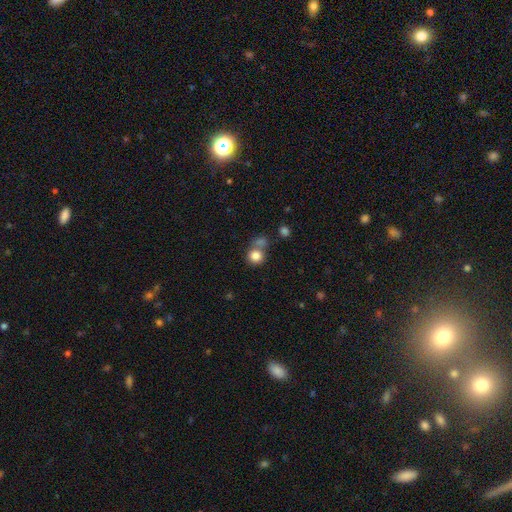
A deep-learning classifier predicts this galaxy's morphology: smooth_or_featured: smooth (p=0.82) [alt: star or artifact p=0.11]
how_rounded: round (p=0.86) [alt: in between p=0.13]
merging: none (p=0.51) [alt: merger p=0.34]